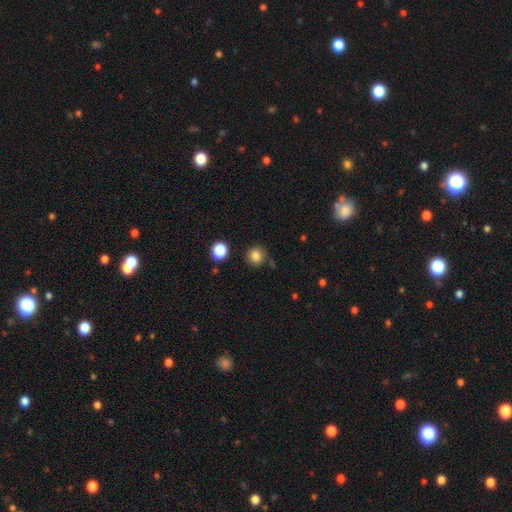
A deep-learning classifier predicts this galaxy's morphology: smooth-or-featured: smooth: 83% | star or artifact: 12% | featured or disk: 5%
  how-rounded: round: 91% | in between: 8% | cigar-shaped: 1%
  merging: none: 86% | minor disturbance: 8% | merger: 4% | major disturbance: 2%